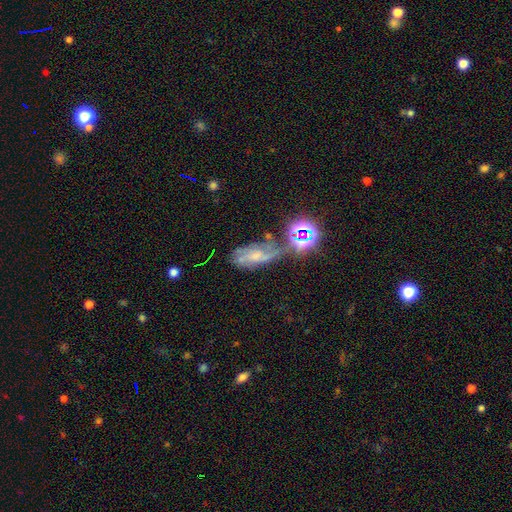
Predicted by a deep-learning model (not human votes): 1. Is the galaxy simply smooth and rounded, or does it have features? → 49% featured or disk, 27% star or artifact, 24% smooth.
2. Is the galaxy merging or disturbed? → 36% none, 24% major disturbance, 23% minor disturbance, 17% merger.